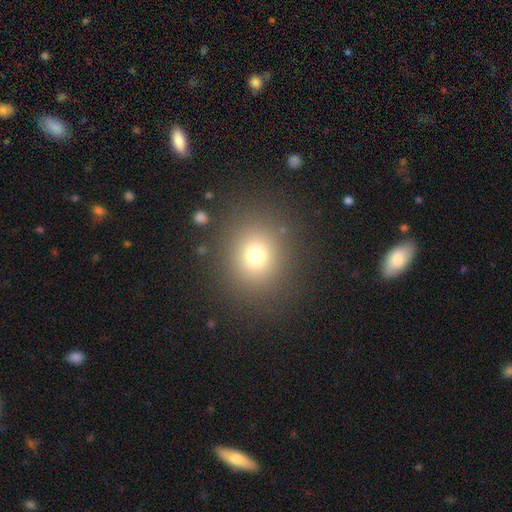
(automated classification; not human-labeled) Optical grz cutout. It shows a smooth galaxy with no disk features (73%) that is round (76%). Merging: none (87%).